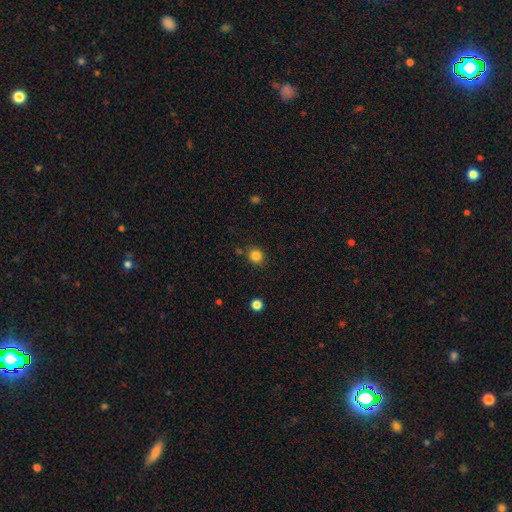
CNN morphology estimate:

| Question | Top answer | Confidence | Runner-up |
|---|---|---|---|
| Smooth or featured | smooth | 84% | star or artifact (12%) |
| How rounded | round | 84% | in between (15%) |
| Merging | none | 84% | minor disturbance (9%) |